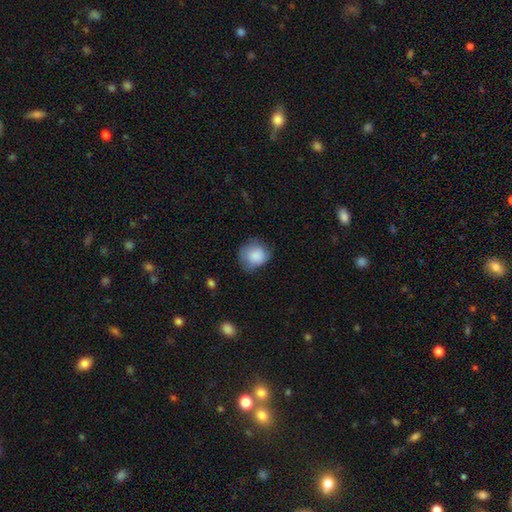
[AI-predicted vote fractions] This appears to be a smooth galaxy with no disk features (84%) that is round (81%). Merging: none (61%).